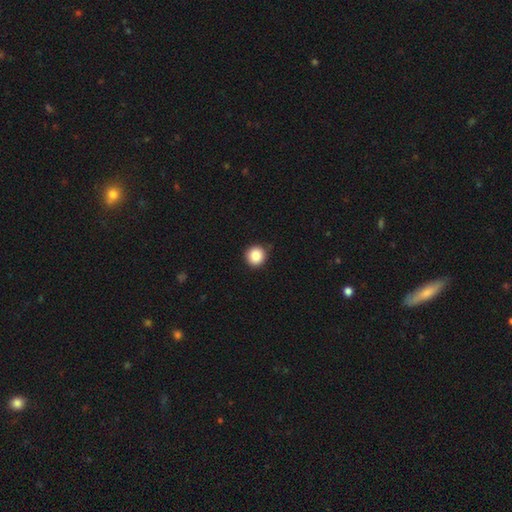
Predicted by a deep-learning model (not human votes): Smooth or featured: smooth — 87% (star or artifact — 9%)
How rounded: round — 95% (in between — 4%)
Merging: none — 87% (minor disturbance — 10%)